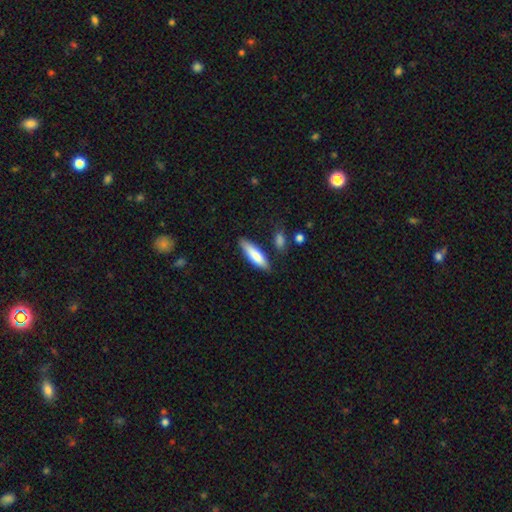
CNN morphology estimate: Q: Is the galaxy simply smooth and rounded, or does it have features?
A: smooth — 80%.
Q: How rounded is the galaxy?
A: cigar-shaped — 60%.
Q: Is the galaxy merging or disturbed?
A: none — 77%.